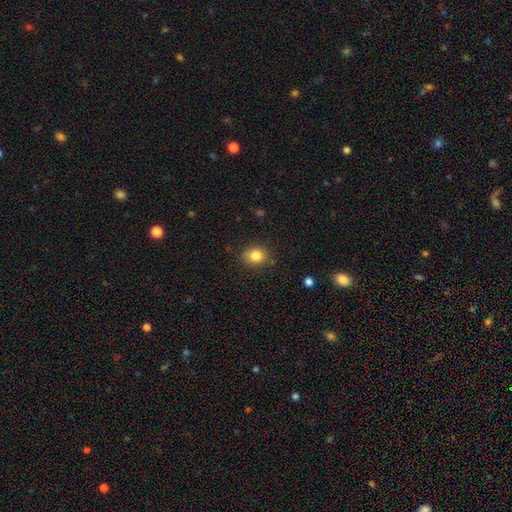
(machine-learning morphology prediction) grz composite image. It shows a smooth galaxy with no disk features (83%) that is round (58%). Merging: none (83%).